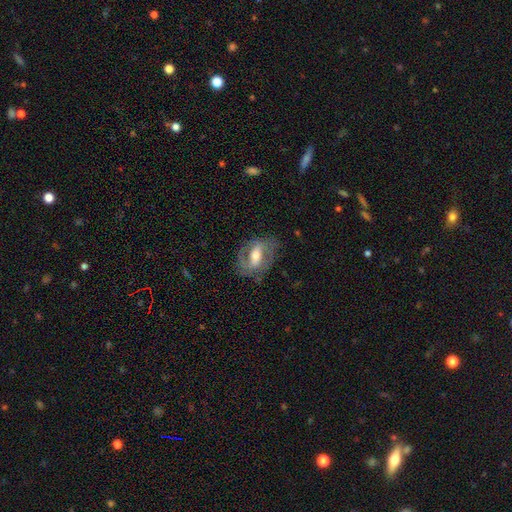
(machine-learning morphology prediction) Smooth or featured? featured or disk (76%)
Edge-on disk? no (93%)
Bar? strong (46%)
Spiral arms? yes (83%)
Spiral winding? medium (48%)
Spiral arm count? 2 (80%)
Bulge size? moderate (64%)
Merging? none (72%)